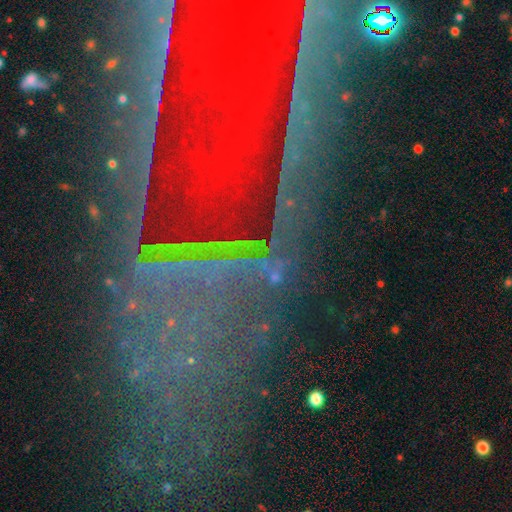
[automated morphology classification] Smooth or featured? star or artifact (86%)